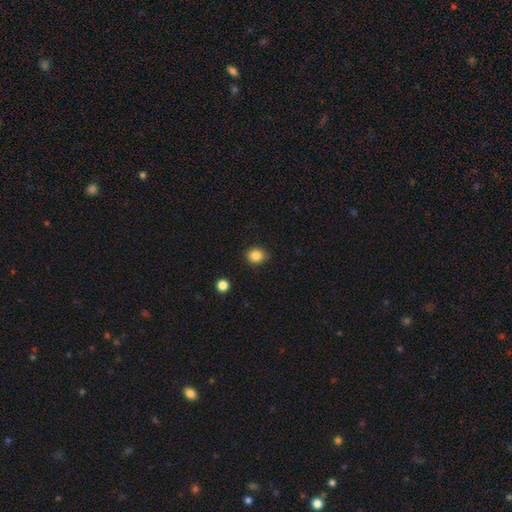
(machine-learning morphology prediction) Q: Smooth or featured?
A: smooth (84%); runner-up: star or artifact (11%)
Q: How rounded?
A: round (78%); runner-up: in between (21%)
Q: Merging?
A: none (83%); runner-up: minor disturbance (13%)